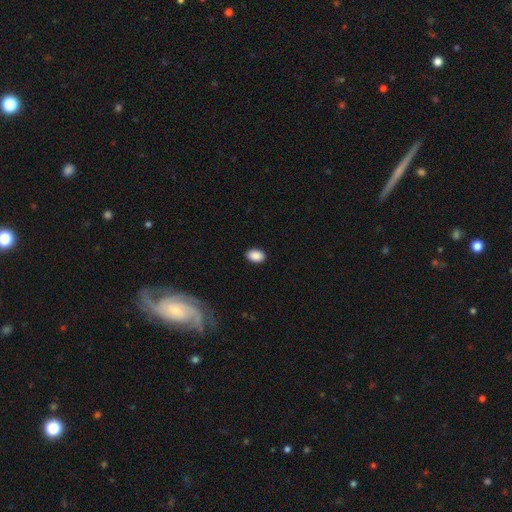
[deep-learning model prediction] smooth_or_featured: smooth (p=0.89) [alt: star or artifact p=0.07]
how_rounded: in between (p=0.87) [alt: round p=0.12]
merging: none (p=0.88) [alt: minor disturbance p=0.09]